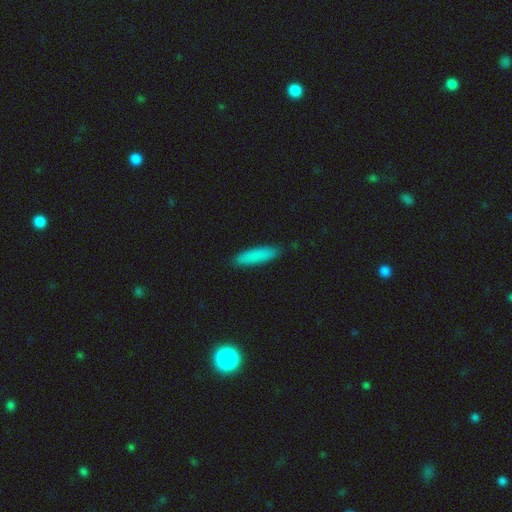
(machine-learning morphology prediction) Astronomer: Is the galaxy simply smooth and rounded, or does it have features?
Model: smooth — 85%.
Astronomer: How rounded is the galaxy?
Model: cigar-shaped — 75%.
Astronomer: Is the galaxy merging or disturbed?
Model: none — 88%.